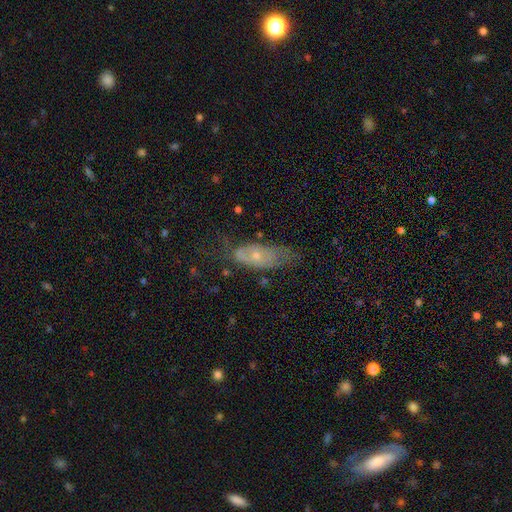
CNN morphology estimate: Smooth or featured: featured or disk — 46% (smooth — 45%)
Merging: none — 42% (minor disturbance — 34%)